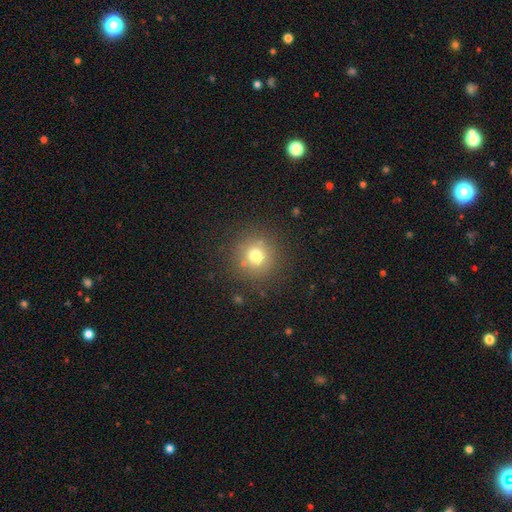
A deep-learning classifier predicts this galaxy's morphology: Overall: smooth (73%). How rounded: round (93%). Merging: none (83%).